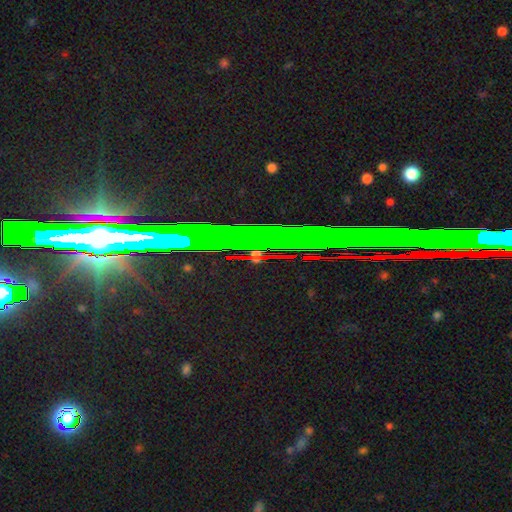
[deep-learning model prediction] This is clearly a star or artifact rather than a galaxy (80%).